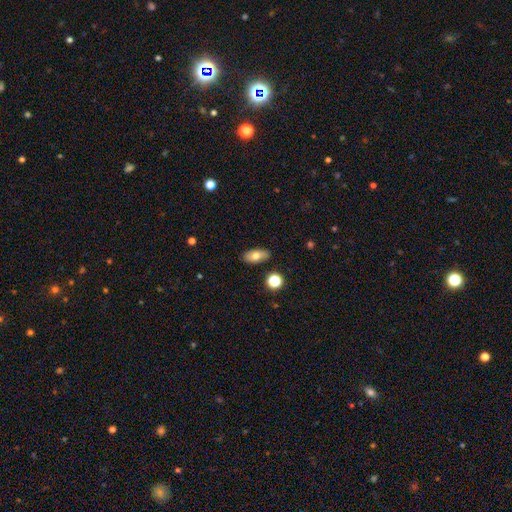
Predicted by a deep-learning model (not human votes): Overall: smooth (72%). How rounded: in between (85%). Merging: none (86%).